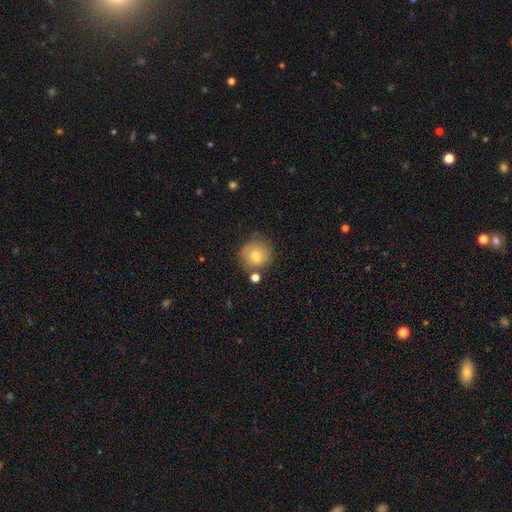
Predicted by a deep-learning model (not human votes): Smooth or featured? Predicted: smooth (p=0.67). How rounded? Predicted: round (p=0.89). Merging? Predicted: none (p=0.69).